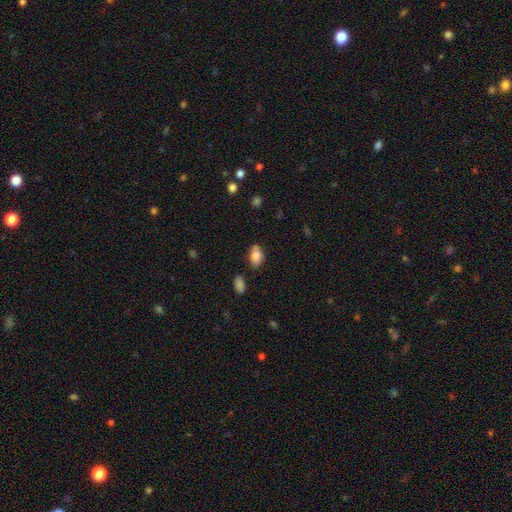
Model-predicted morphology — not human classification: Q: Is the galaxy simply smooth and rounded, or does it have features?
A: smooth — 79%.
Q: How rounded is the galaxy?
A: in between — 85%.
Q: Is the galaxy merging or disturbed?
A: none — 61%.